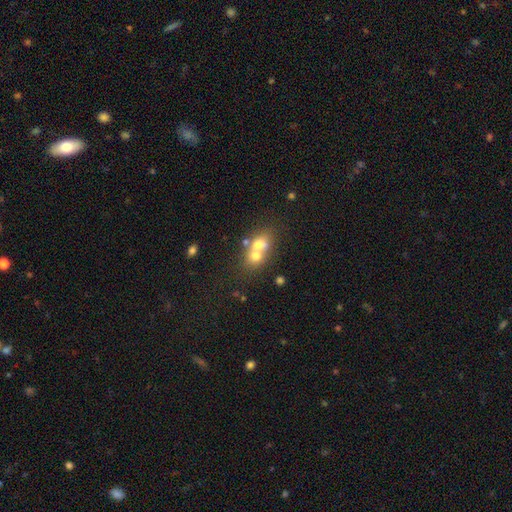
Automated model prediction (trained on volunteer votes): smooth 62%, featured or disk 26%, star or artifact 12%. Down the decision tree: how rounded — round (56%); merging — merger (66%).